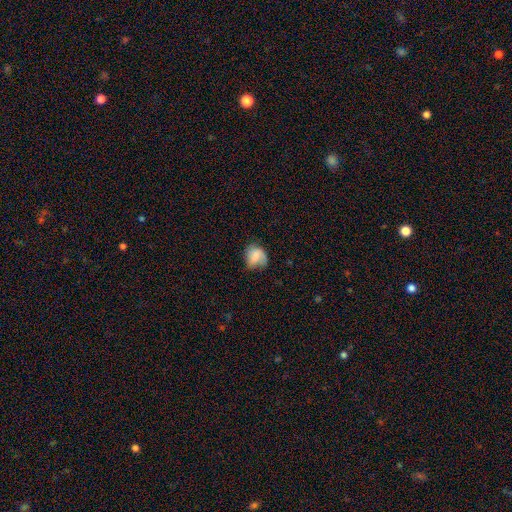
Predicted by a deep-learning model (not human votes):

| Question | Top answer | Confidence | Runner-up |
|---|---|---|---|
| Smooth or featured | smooth | 66% | featured or disk (26%) |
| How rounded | round | 53% | in between (46%) |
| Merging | none | 45% | minor disturbance (33%) |